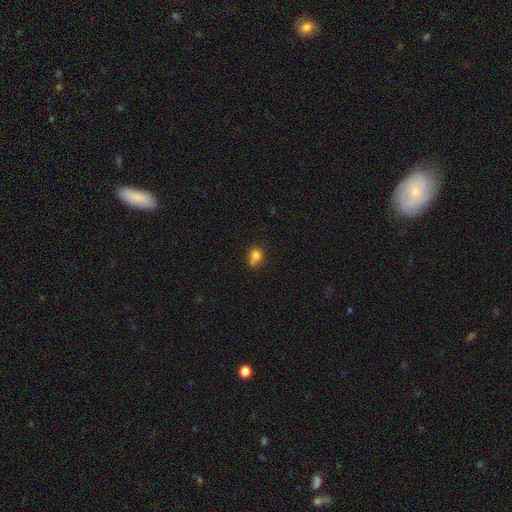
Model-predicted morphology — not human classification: This appears to be a smooth galaxy with no disk features (79%) that is round (62%). Merging: none (50%).